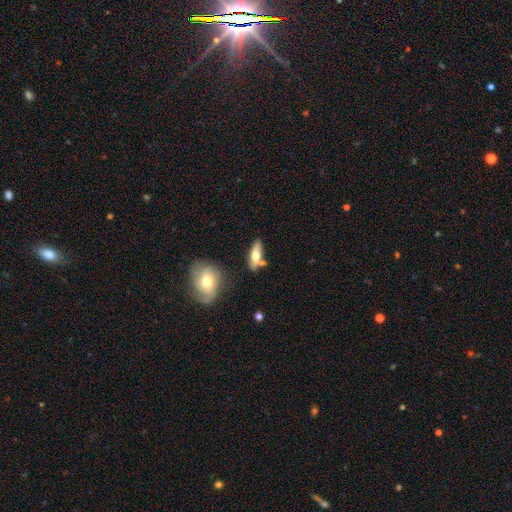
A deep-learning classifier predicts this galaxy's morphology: Smooth or featured? smooth (64%)
How rounded? in between (63%)
Merging? none (67%)